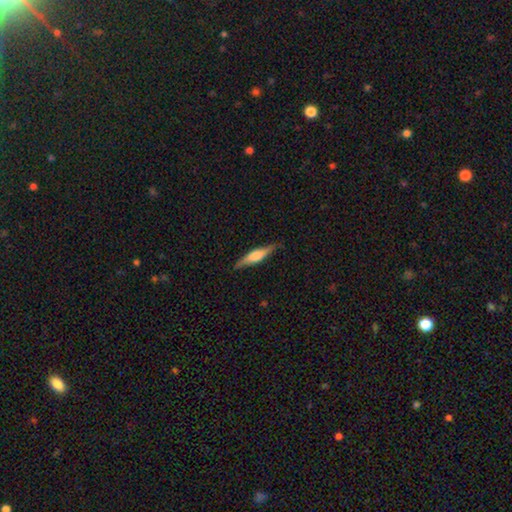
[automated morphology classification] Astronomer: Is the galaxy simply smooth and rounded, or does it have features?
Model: featured or disk — 56% (runner-up: smooth, 38%).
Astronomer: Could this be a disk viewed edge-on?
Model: yes — 94%.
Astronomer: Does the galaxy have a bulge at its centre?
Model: rounded — 76%.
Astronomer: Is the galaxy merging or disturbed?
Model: none — 85%.